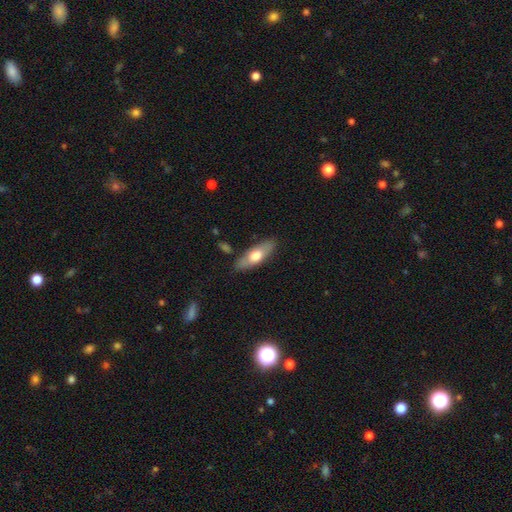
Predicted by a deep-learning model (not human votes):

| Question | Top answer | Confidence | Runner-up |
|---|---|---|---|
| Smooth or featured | smooth | 60% | featured or disk (34%) |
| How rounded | in between | 58% | cigar-shaped (39%) |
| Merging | none | 83% | minor disturbance (12%) |